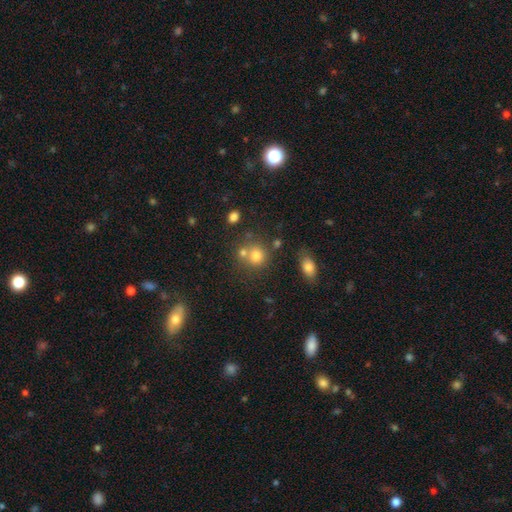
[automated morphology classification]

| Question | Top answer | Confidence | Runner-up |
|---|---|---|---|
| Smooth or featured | smooth | 73% | star or artifact (16%) |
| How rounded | round | 83% | in between (16%) |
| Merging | none | 55% | merger (31%) |